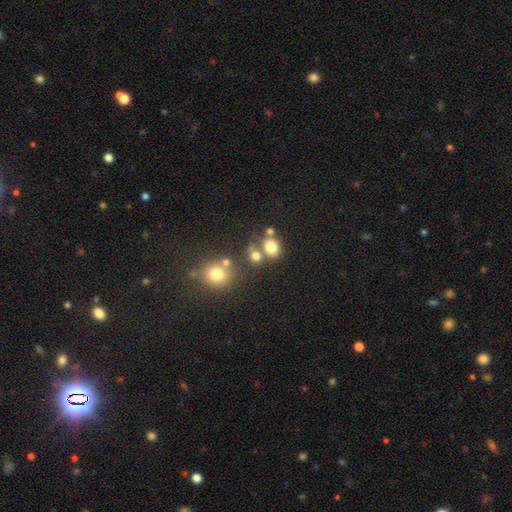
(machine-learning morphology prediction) This appears to be a smooth galaxy with no disk features (76%) that is round (58%). Merging: none (55%).